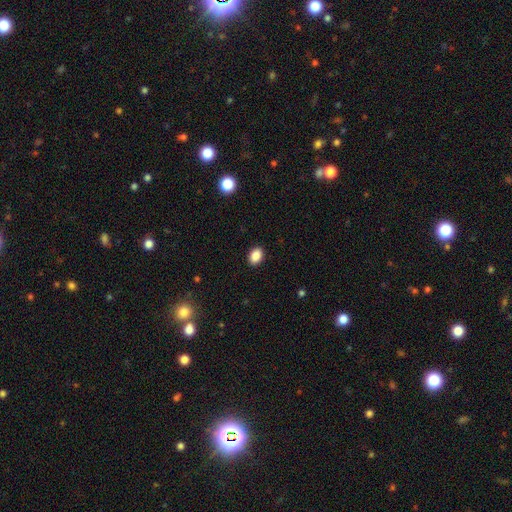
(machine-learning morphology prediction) smooth_or_featured: smooth (p=0.88) [alt: star or artifact p=0.09]
how_rounded: in between (p=0.71) [alt: round p=0.28]
merging: none (p=0.90) [alt: minor disturbance p=0.07]